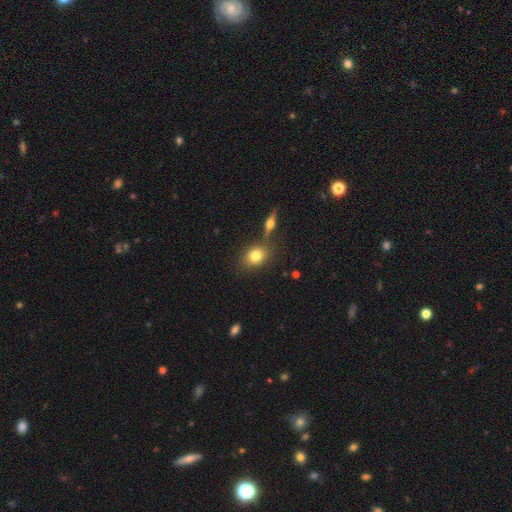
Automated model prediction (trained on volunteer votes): Q: Smooth or featured?
A: smooth (76%); runner-up: featured or disk (14%)
Q: How rounded?
A: round (51%); runner-up: in between (47%)
Q: Merging?
A: none (69%); runner-up: merger (16%)